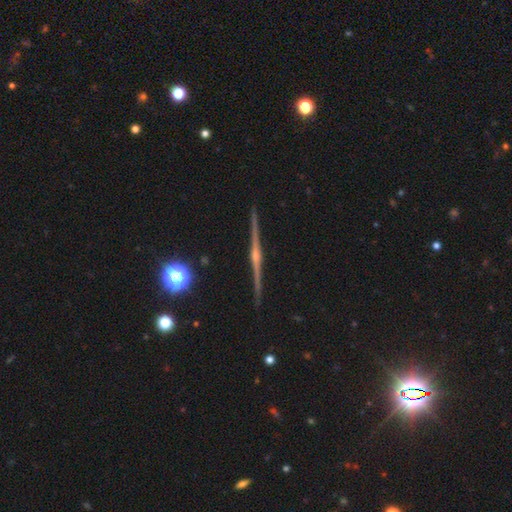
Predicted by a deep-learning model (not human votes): A featured or disk galaxy (88%) viewed edge-on (99%) with a rounded central bulge (87%). Merging: none (93%).